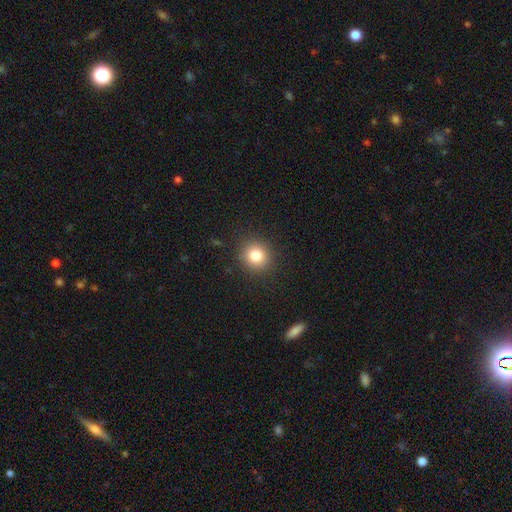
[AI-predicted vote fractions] Overall: smooth (82%). How rounded: round (88%). Merging: none (90%).